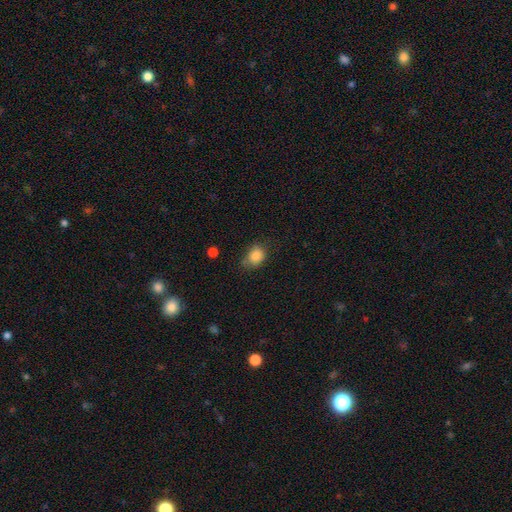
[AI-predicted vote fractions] The model was most divided on "how rounded": in between: 50%, round: 49%, cigar-shaped: 1%. More confident: smooth or featured — smooth (85%); merging — none (60%).